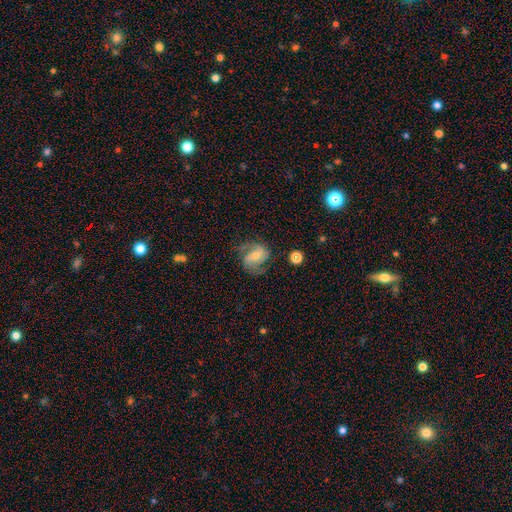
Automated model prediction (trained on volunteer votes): Smooth or featured?
  - featured or disk: 77% *
  - smooth: 16%
  - star or artifact: 8%
Edge-on disk?
  - no: 97% *
  - yes: 3%
Bar?
  - weak: 47% *
  - no: 28%
  - strong: 25%
Spiral arms?
  - yes: 94% *
  - no: 6%
Spiral winding?
  - medium: 52% *
  - loose: 26%
  - tight: 23%
Spiral arm count?
  - 2: 76% *
  - can't tell: 9%
  - 3: 8%
  - 1: 4%
  - 4: 2%
  - more than 4: 2%
Bulge size?
  - small: 48% *
  - moderate: 43%
  - none: 5%
  - large: 4%
  - dominant: 1%
Merging?
  - none: 67% *
  - minor disturbance: 19%
  - major disturbance: 12%
  - merger: 2%